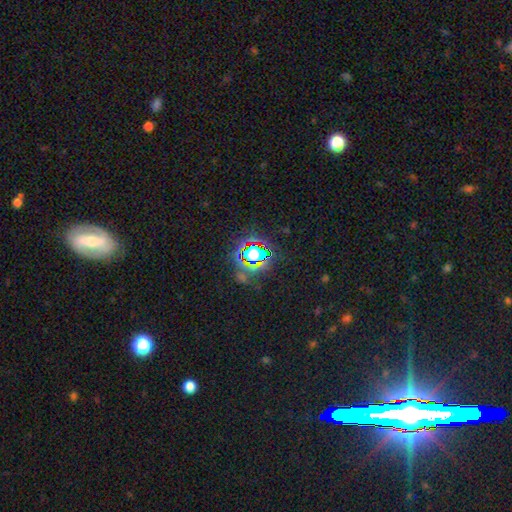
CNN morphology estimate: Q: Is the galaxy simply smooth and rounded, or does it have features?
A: star or artifact — 77%.